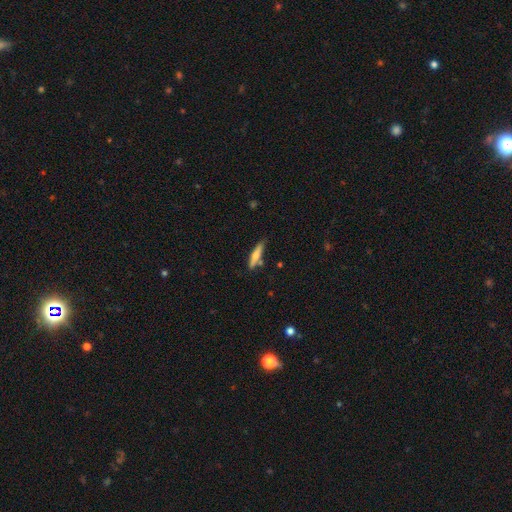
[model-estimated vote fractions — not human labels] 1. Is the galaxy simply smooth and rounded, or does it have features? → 58% smooth, 35% featured or disk, 6% star or artifact.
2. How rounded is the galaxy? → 83% cigar-shaped, 15% in between, 2% round.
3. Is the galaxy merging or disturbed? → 73% none, 17% minor disturbance, 7% merger, 3% major disturbance.